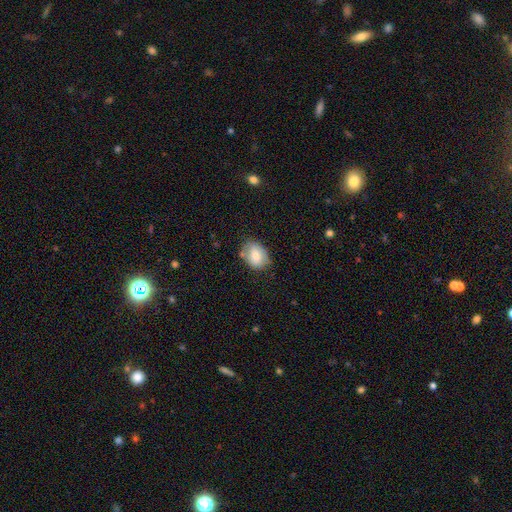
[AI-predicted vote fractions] The model was most divided on "merging": none: 64%, minor disturbance: 26%, major disturbance: 6%, merger: 5%. More confident: smooth or featured — smooth (76%); how rounded — in between (72%).